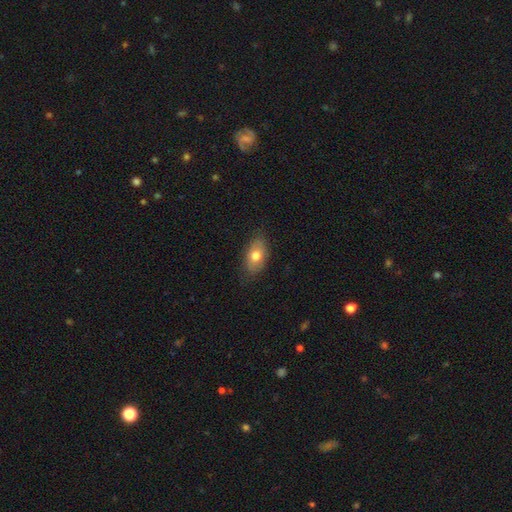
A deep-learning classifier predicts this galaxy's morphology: Q: Smooth or featured?
A: smooth (74%); runner-up: featured or disk (19%)
Q: How rounded?
A: in between (89%); runner-up: round (8%)
Q: Merging?
A: none (79%); runner-up: minor disturbance (17%)